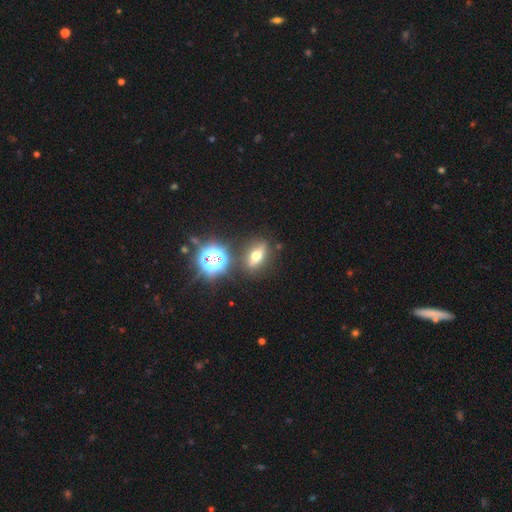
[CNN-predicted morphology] smooth 39%, featured or disk 33%, star or artifact 28%. Down the decision tree: merging — none (83%).